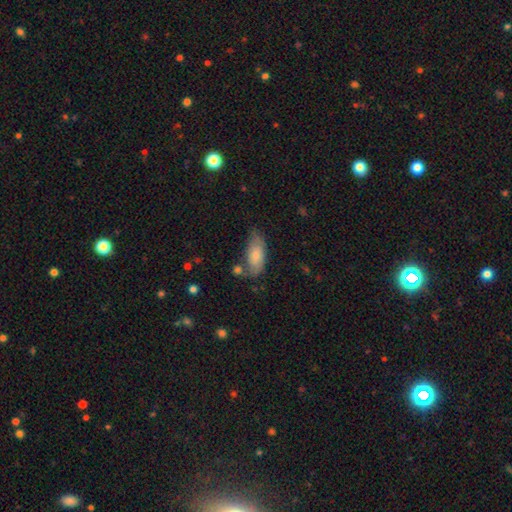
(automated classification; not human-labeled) This appears to be a smooth galaxy with no disk features (74%) that is in between round and cigar-shaped (88%). Merging: none (50%).